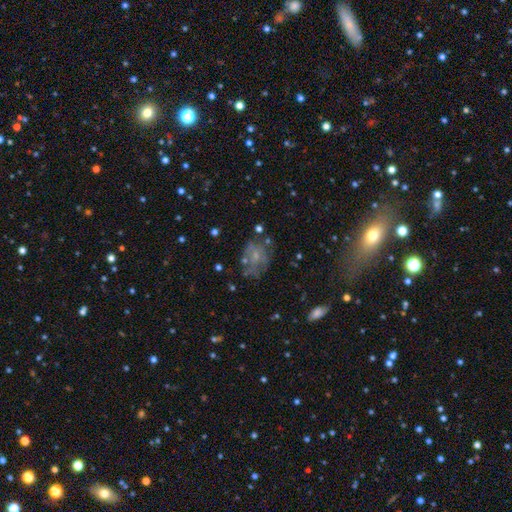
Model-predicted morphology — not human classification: Q: Smooth or featured?
A: featured or disk (44%); runner-up: smooth (39%)
Q: Merging?
A: none (47%); runner-up: minor disturbance (23%)